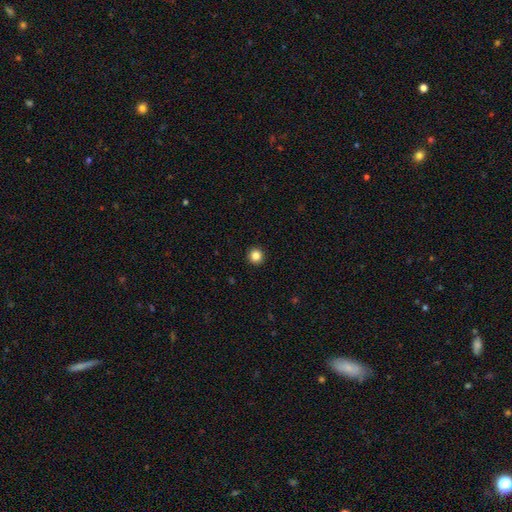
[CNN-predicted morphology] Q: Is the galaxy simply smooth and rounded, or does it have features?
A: smooth — 85%.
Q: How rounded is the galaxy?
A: round — 96%.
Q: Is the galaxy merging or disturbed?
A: none — 94%.